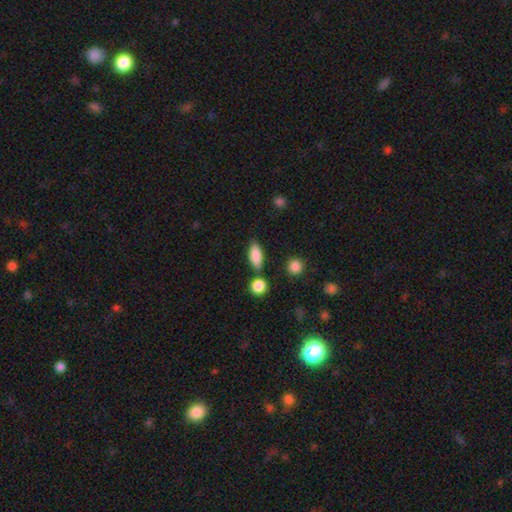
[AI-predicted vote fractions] smooth_or_featured: smooth (p=0.83) [alt: featured or disk p=0.09]
how_rounded: in between (p=0.75) [alt: cigar-shaped p=0.20]
merging: none (p=0.76) [alt: minor disturbance p=0.13]